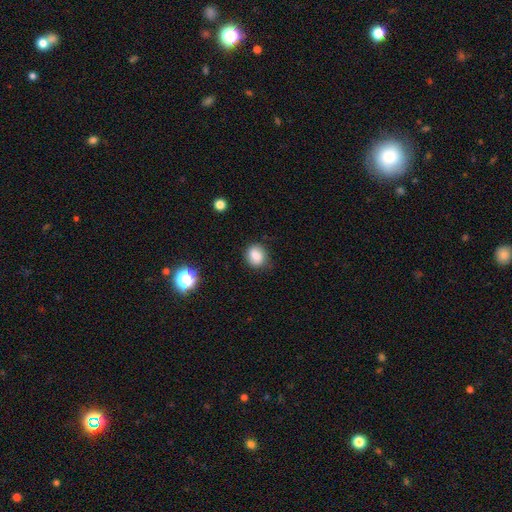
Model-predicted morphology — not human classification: Smooth or featured? smooth (84%)
How rounded? round (57%)
Merging? none (76%)